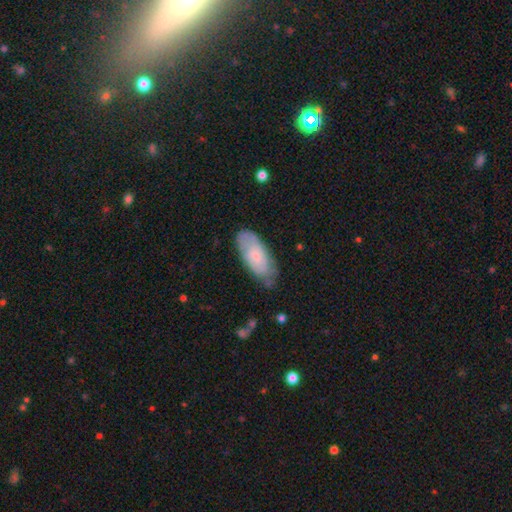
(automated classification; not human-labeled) Morphology: type=smooth (62%); roundness=in between (86%); merging=none (68%).